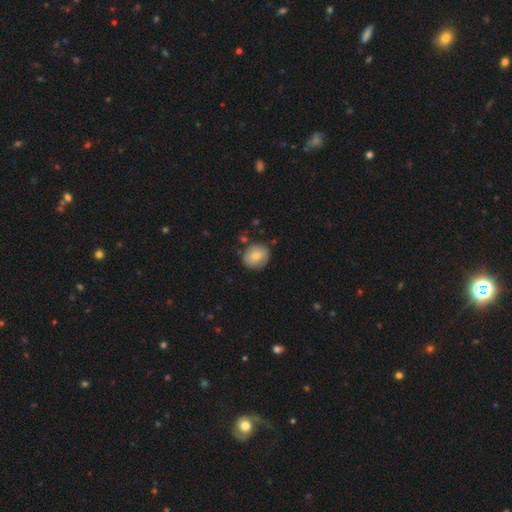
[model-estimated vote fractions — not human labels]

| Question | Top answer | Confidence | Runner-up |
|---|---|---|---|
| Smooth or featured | smooth | 77% | featured or disk (15%) |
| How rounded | round | 72% | in between (27%) |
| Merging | none | 78% | minor disturbance (15%) |